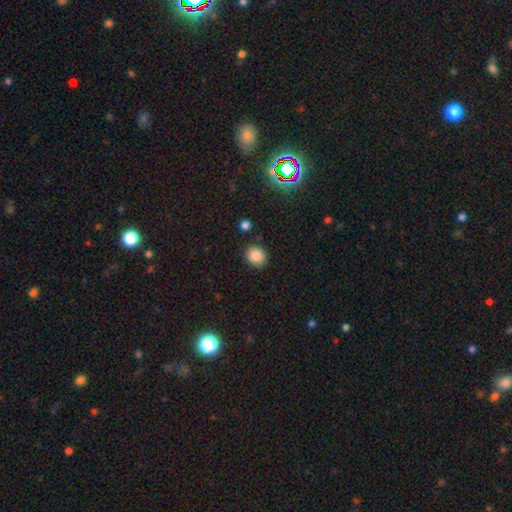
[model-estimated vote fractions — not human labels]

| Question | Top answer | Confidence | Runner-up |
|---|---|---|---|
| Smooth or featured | smooth | 85% | star or artifact (10%) |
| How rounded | round | 70% | in between (29%) |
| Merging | none | 87% | minor disturbance (8%) |